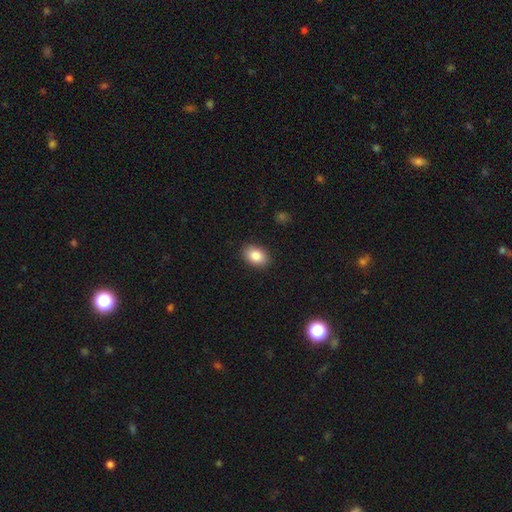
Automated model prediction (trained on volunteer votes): This is clearly a smooth galaxy (86%). How rounded: clearly in between (85%). Merging: clearly none (88%).